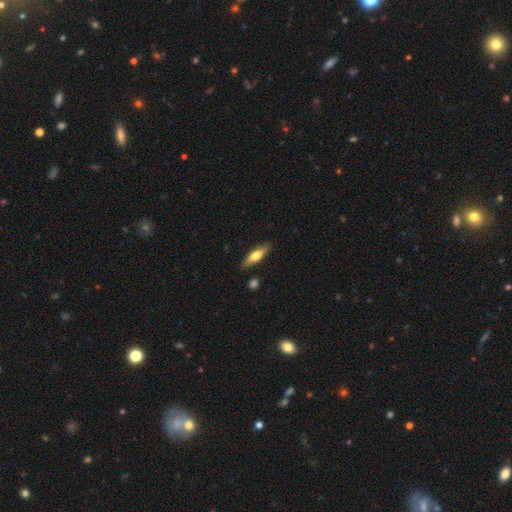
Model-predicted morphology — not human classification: A smooth galaxy with no disk features (60%) that is cigar-shaped (60%). Merging: none (84%).